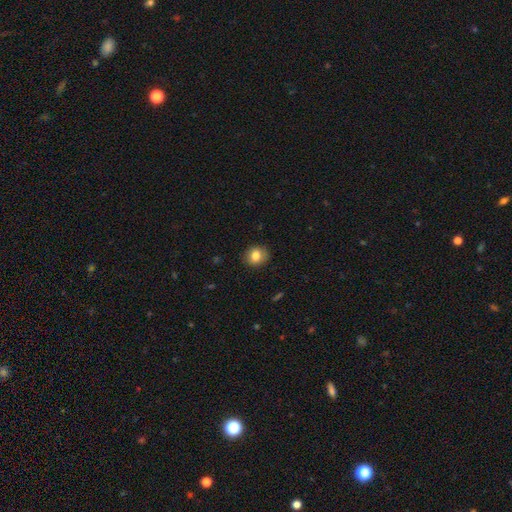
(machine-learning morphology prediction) Q: Smooth or featured?
A: smooth (82%); runner-up: featured or disk (9%)
Q: How rounded?
A: round (72%); runner-up: in between (27%)
Q: Merging?
A: none (87%); runner-up: minor disturbance (10%)